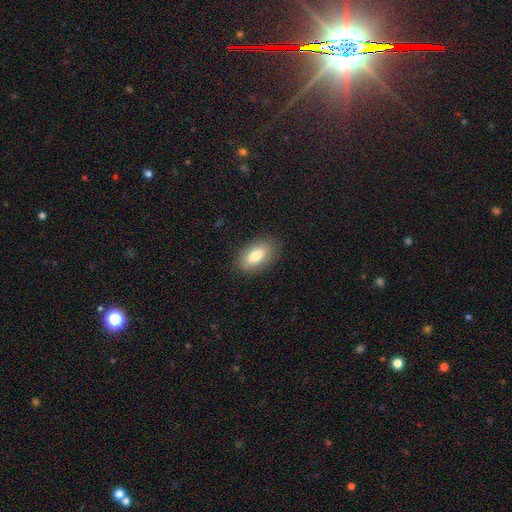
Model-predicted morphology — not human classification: A smooth galaxy with no disk features (78%) that is in between round and cigar-shaped (91%). Merging: none (86%).